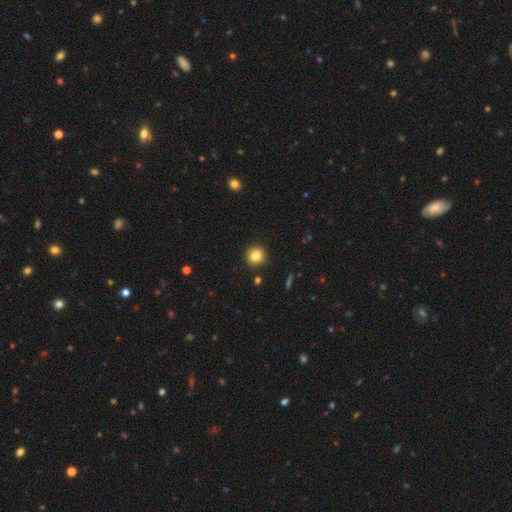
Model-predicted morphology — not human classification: Overall: smooth (83%). How rounded: round (93%). Merging: none (91%).